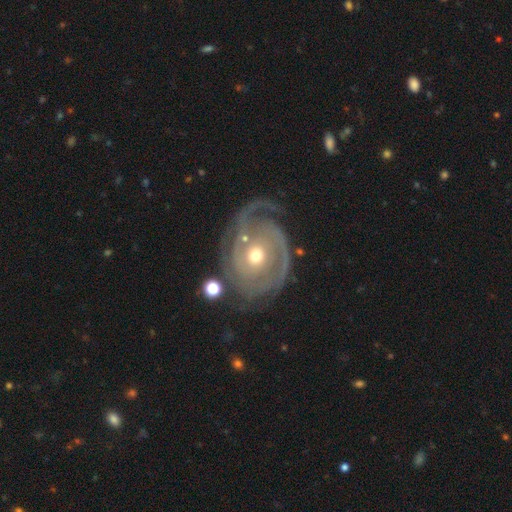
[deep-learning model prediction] Smooth or featured? featured or disk (88%)
Edge-on disk? no (97%)
Bar? no (78%)
Spiral arms? yes (93%)
Spiral winding? tight (62%)
Spiral arm count? 2 (58%)
Bulge size? moderate (56%)
Merging? none (62%)